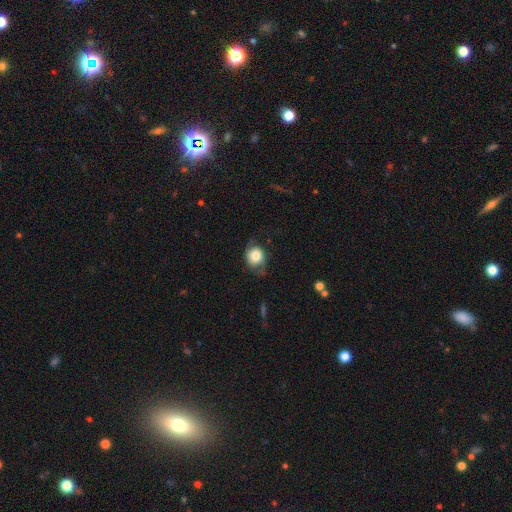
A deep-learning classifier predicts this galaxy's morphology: This is likely a smooth galaxy (74%). How rounded: likely round (69%). Merging: possibly none (54%).